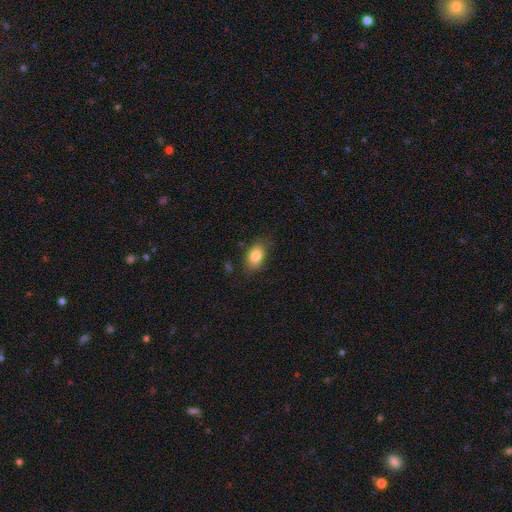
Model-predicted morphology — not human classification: This is clearly a smooth galaxy (83%). How rounded: clearly in between (86%). Merging: likely none (80%).